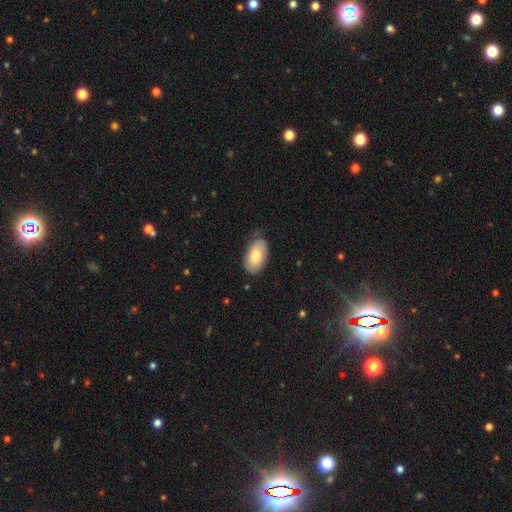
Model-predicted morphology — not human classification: Smooth or featured: smooth — 79% (featured or disk — 15%)
How rounded: in between — 95% (round — 4%)
Merging: none — 70% (minor disturbance — 24%)